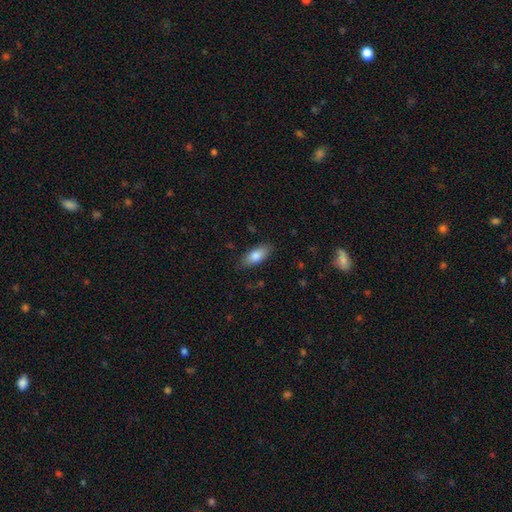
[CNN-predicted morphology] Q: Smooth or featured?
A: smooth (81%); runner-up: featured or disk (13%)
Q: How rounded?
A: in between (83%); runner-up: cigar-shaped (15%)
Q: Merging?
A: none (86%); runner-up: minor disturbance (11%)